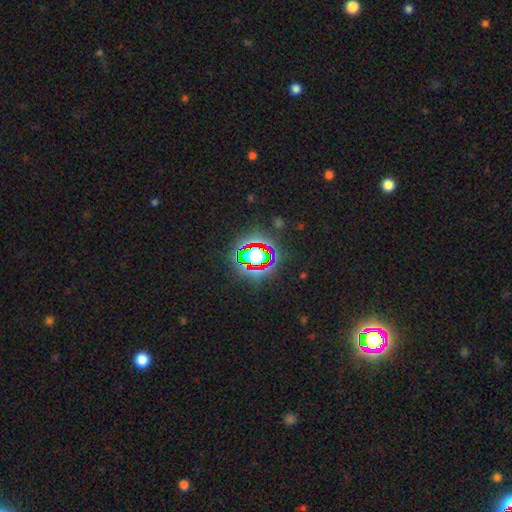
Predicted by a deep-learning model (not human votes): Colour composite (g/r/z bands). It shows a star or artifact, not a galaxy (68%).